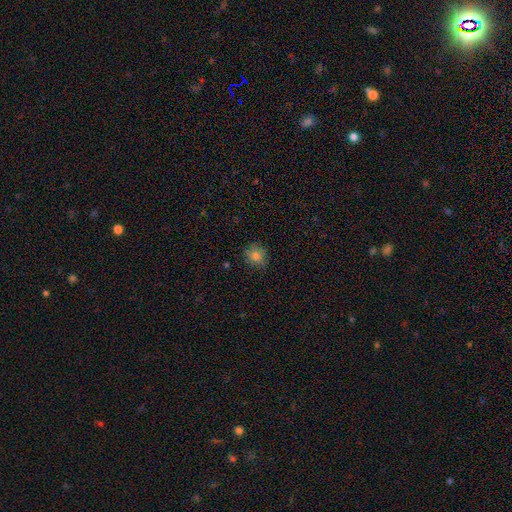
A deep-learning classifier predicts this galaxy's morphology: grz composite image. It shows a smooth galaxy with no disk features (81%) that is round (78%). Merging: none (82%).